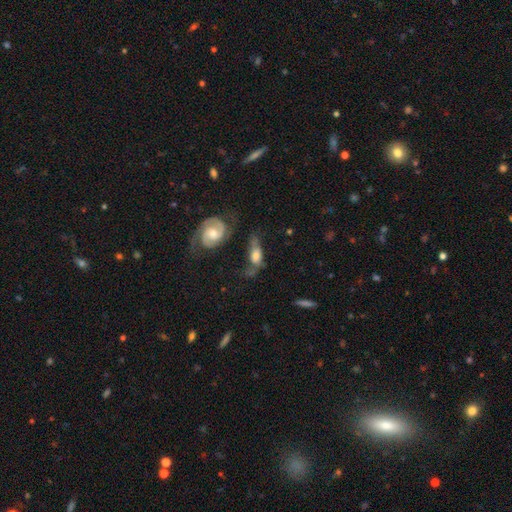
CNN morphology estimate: smooth_or_featured: featured or disk (p=0.54) [alt: smooth p=0.37]
disk_edge_on: no (p=0.82) [alt: yes p=0.18]
merging: none (p=0.35) [alt: major disturbance p=0.26]